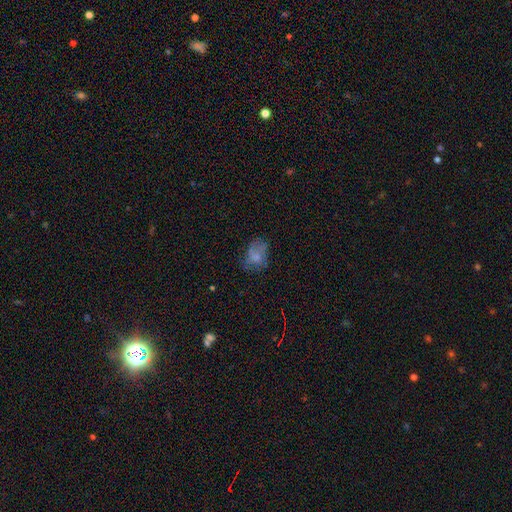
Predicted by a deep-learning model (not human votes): Overall: smooth (60%; featured or disk 28%). How rounded: in between (72%). Merging: none (47%; minor disturbance 29%).